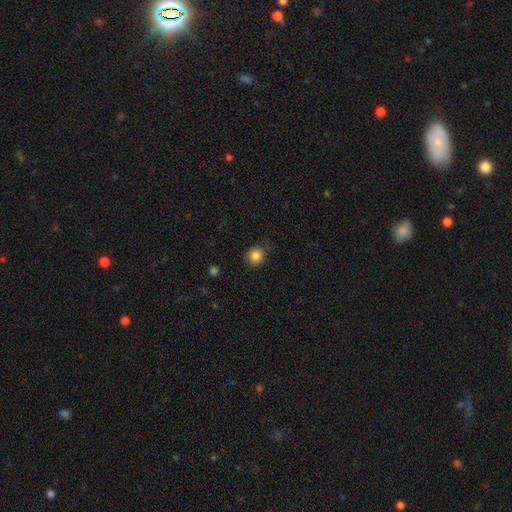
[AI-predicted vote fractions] A smooth galaxy with no disk features (85%) that is round (88%). Merging: none (79%).